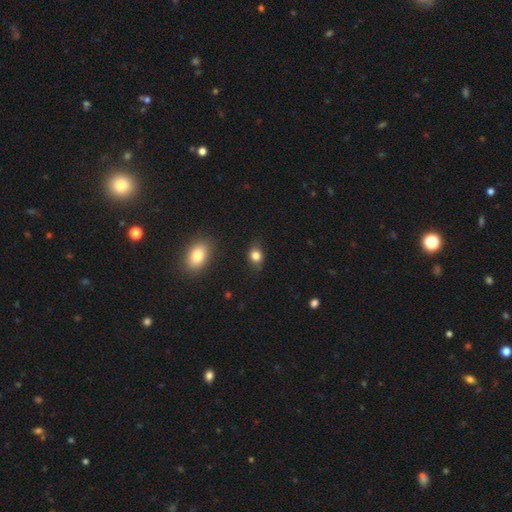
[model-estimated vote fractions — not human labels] A smooth galaxy with no disk features (82%) that is in between round and cigar-shaped (55%).

Vote fractions:
- Smooth or featured? smooth: 82% / star or artifact: 11% / featured or disk: 8%
- How rounded? in between: 55% / round: 43% / cigar-shaped: 2%
- Merging? none: 77% / minor disturbance: 17% / major disturbance: 4% / merger: 2%